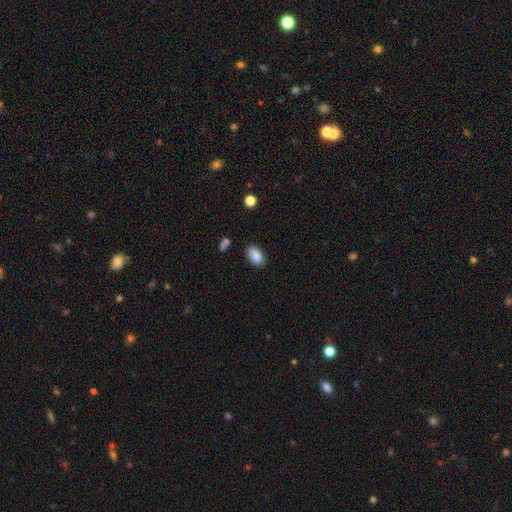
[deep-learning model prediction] A smooth galaxy with no disk features (88%) that is in between round and cigar-shaped (92%). Merging: none (81%).